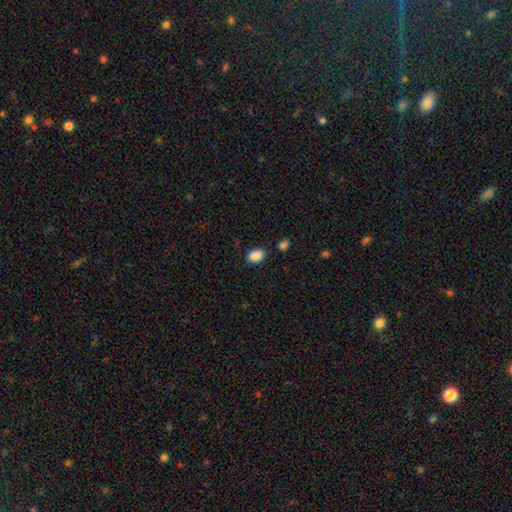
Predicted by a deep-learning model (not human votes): Smooth or featured: smooth — 89% (star or artifact — 8%)
How rounded: in between — 85% (round — 14%)
Merging: none — 82% (minor disturbance — 11%)